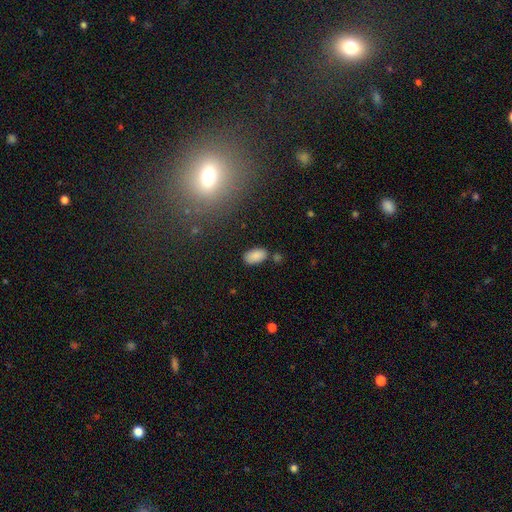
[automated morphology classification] smooth-or-featured: smooth: 87% | star or artifact: 8% | featured or disk: 5%
  how-rounded: in between: 94% | round: 4% | cigar-shaped: 2%
  merging: none: 77% | minor disturbance: 13% | merger: 6% | major disturbance: 3%